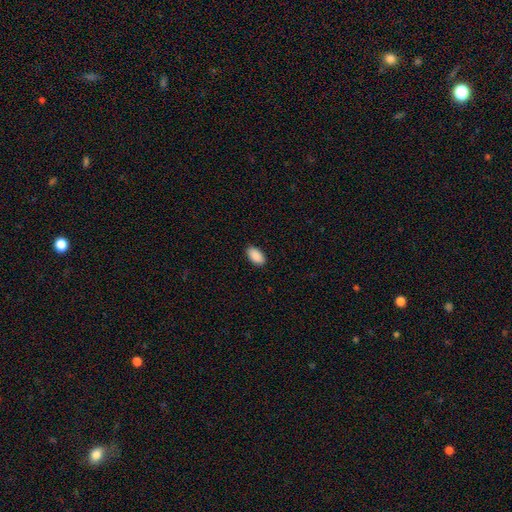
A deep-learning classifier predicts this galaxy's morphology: A smooth galaxy with no disk features (91%) that is in between round and cigar-shaped (95%).

Vote fractions:
- Smooth or featured? smooth: 91% / star or artifact: 7% / featured or disk: 2%
- How rounded? in between: 95% / round: 3% / cigar-shaped: 2%
- Merging? none: 89% / minor disturbance: 8% / major disturbance: 2% / merger: 1%